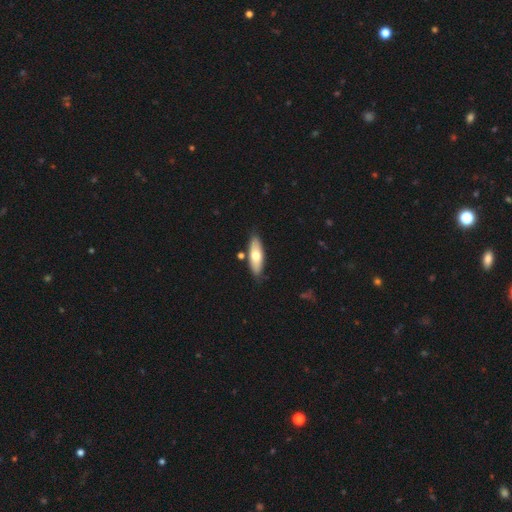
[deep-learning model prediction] smooth-or-featured: smooth: 64% | featured or disk: 30% | star or artifact: 6%
  how-rounded: in between: 61% | cigar-shaped: 36% | round: 2%
  merging: none: 82% | minor disturbance: 11% | merger: 5% | major disturbance: 2%